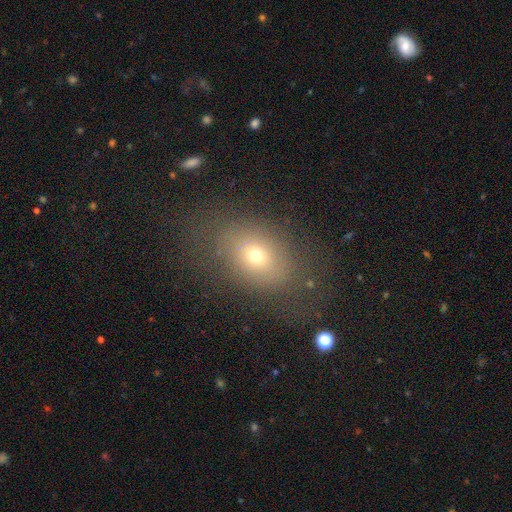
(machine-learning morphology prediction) type=smooth (65%); roundness=in between (69%); merging=none (70%).